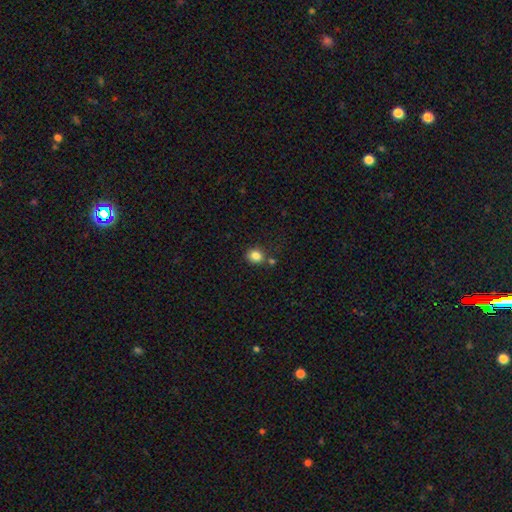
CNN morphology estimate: Smooth or featured? Predicted: smooth (p=0.84). How rounded? Predicted: round (p=0.63). Merging? Predicted: none (p=0.69).